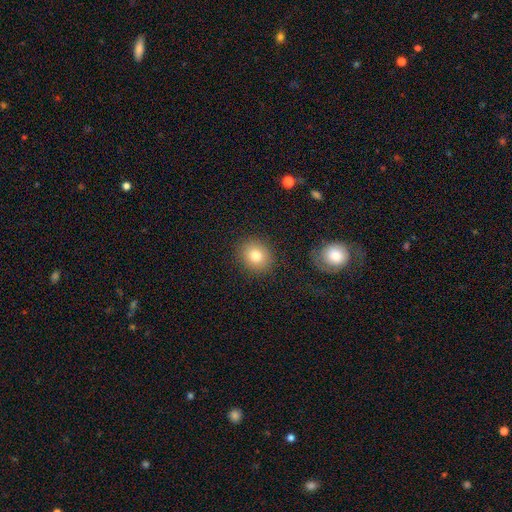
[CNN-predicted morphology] Smooth or featured?
  - smooth: 80% *
  - star or artifact: 11%
  - featured or disk: 9%
How rounded?
  - round: 76% *
  - in between: 23%
  - cigar-shaped: 1%
Merging?
  - none: 88% *
  - minor disturbance: 8%
  - major disturbance: 3%
  - merger: 1%